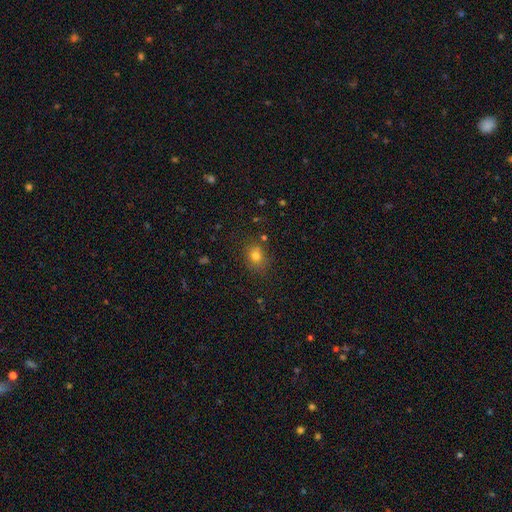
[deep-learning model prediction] Overall: smooth (76%). How rounded: round (64%; in between 35%). Merging: none (76%).